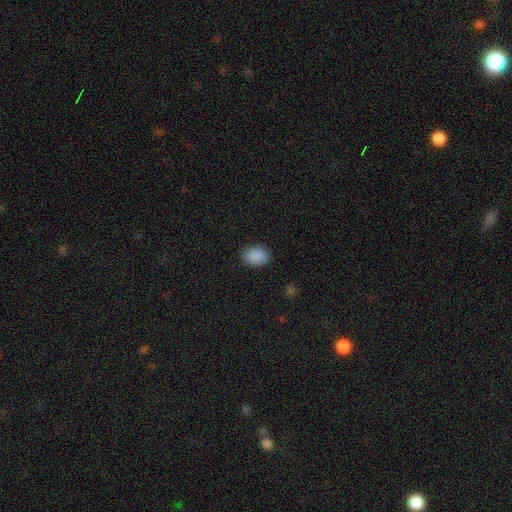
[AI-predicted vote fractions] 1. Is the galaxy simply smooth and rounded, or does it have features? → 89% smooth, 8% star or artifact, 3% featured or disk.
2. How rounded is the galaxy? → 75% in between, 24% round, 1% cigar-shaped.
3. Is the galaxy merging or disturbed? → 88% none, 9% minor disturbance, 2% major disturbance, 1% merger.